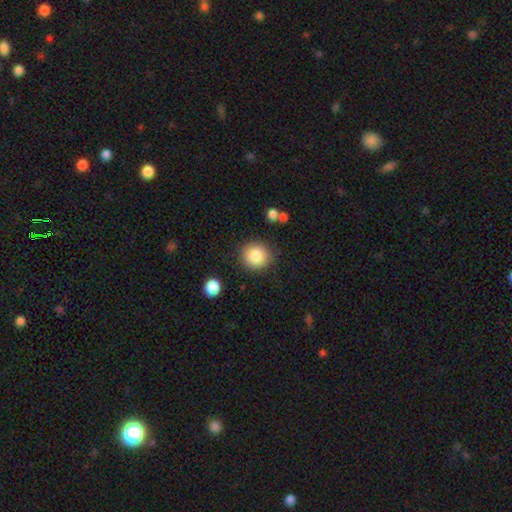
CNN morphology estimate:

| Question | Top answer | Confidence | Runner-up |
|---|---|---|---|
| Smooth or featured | smooth | 86% | star or artifact (8%) |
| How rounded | round | 89% | in between (10%) |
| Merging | none | 85% | minor disturbance (9%) |